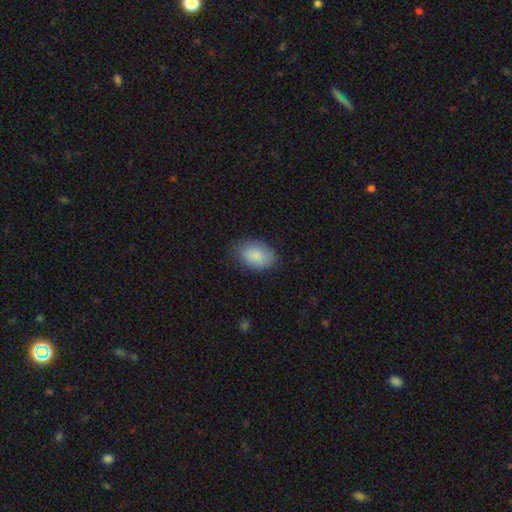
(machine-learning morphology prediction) Smooth or featured: smooth — 88% (star or artifact — 7%)
How rounded: in between — 84% (round — 14%)
Merging: none — 78% (minor disturbance — 17%)